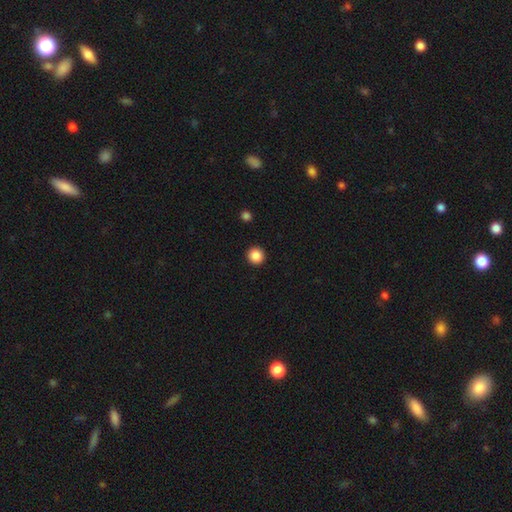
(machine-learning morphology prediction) The model was most divided on "smooth or featured": smooth: 87%, star or artifact: 10%, featured or disk: 3%. More confident: how rounded — round (95%); merging — none (93%).